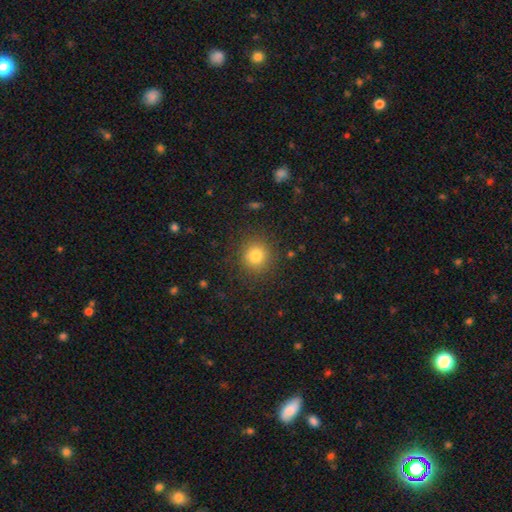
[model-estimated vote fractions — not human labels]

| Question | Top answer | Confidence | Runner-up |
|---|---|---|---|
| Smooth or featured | smooth | 80% | star or artifact (13%) |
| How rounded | round | 90% | in between (9%) |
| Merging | none | 88% | minor disturbance (8%) |